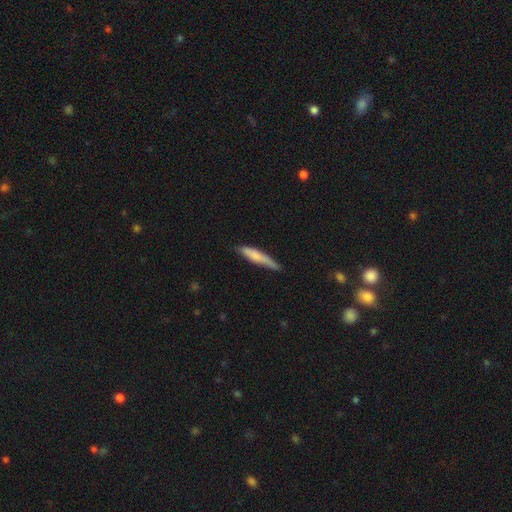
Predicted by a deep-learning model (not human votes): smooth 69%, featured or disk 25%, star or artifact 6%. Down the decision tree: how rounded — cigar-shaped (88%); merging — none (65%).